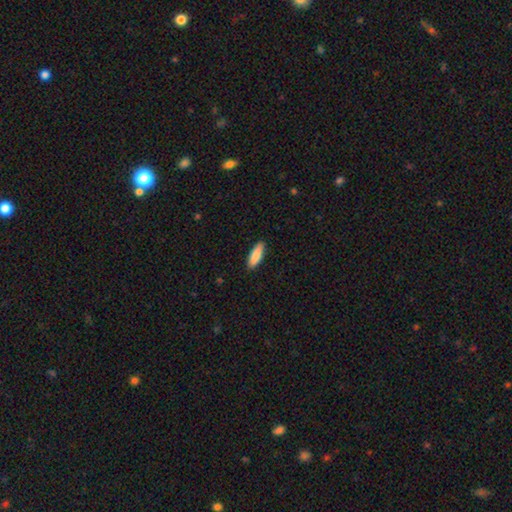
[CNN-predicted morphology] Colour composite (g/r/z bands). It shows a smooth galaxy with no disk features (87%) that is in between round and cigar-shaped (54%). Merging: none (89%).